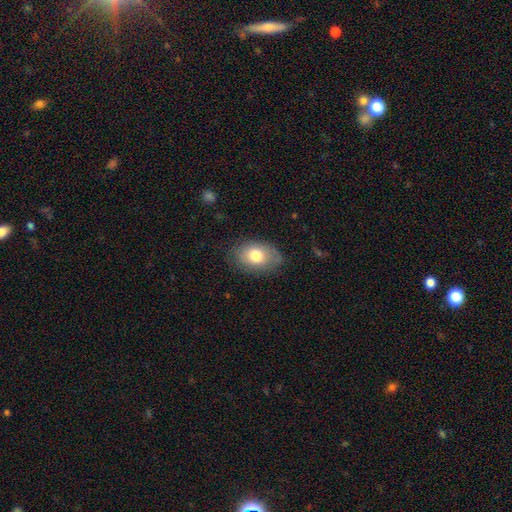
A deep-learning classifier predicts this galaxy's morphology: This is likely a smooth galaxy (76%). How rounded: clearly in between (83%). Merging: likely none (77%).